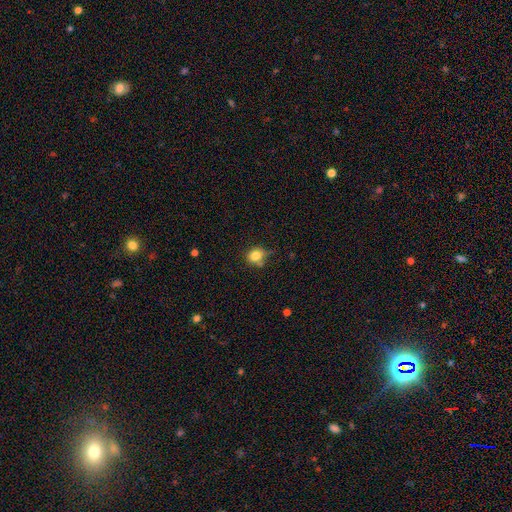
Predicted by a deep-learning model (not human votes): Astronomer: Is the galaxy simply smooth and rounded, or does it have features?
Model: smooth — 81%.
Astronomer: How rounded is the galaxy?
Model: round — 75%.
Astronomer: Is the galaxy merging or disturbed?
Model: none — 64%.